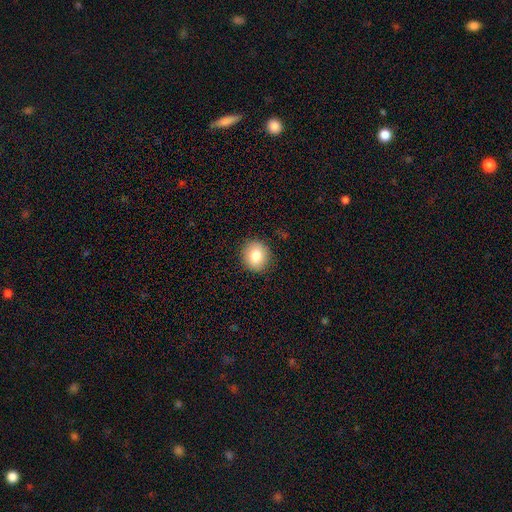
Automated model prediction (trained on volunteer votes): Q: Smooth or featured?
A: smooth (82%); runner-up: star or artifact (9%)
Q: How rounded?
A: round (82%); runner-up: in between (17%)
Q: Merging?
A: none (90%); runner-up: minor disturbance (7%)